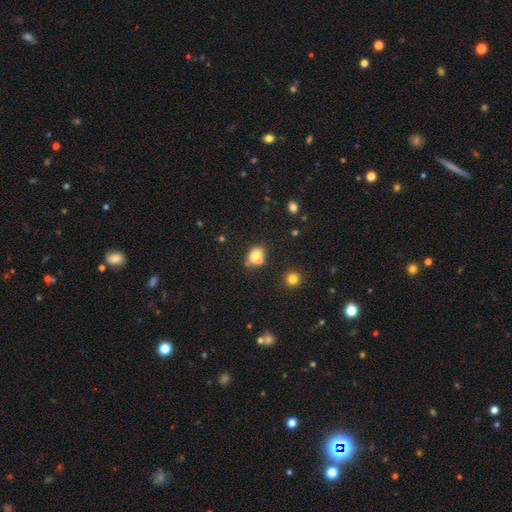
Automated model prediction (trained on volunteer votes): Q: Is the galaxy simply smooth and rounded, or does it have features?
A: smooth — 72%.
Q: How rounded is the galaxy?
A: in between — 54%.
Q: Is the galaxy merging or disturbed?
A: none — 45%.